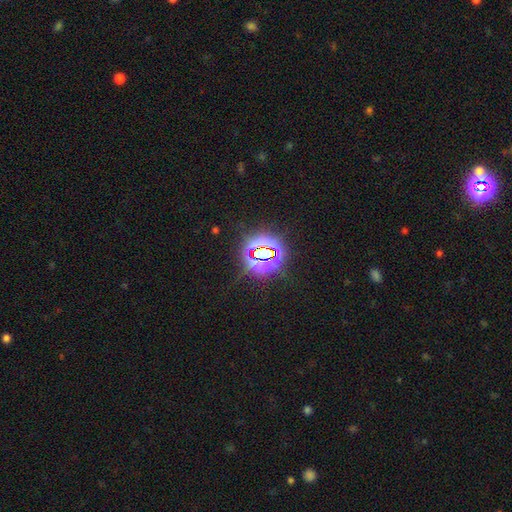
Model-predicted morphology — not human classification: This is likely a star or artifact rather than a galaxy (80%).